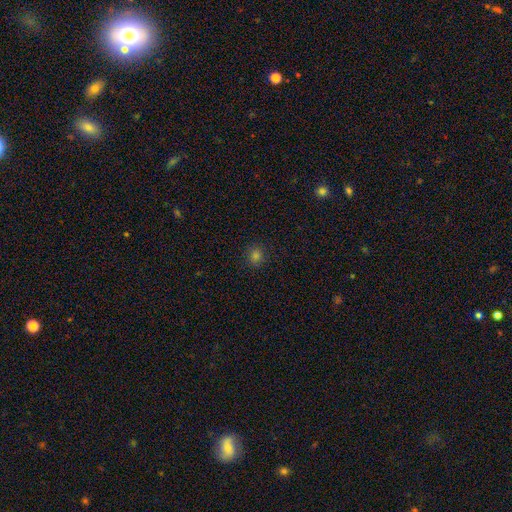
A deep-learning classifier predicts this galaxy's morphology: smooth_or_featured: smooth (p=0.76) [alt: star or artifact p=0.19]
how_rounded: round (p=0.78) [alt: in between p=0.21]
merging: none (p=0.88) [alt: minor disturbance p=0.09]